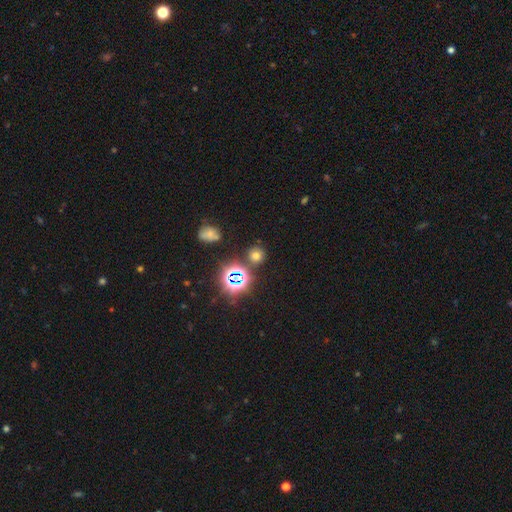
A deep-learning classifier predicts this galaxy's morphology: The model was most divided on "smooth or featured": smooth: 61%, star or artifact: 31%, featured or disk: 7%. More confident: how rounded — round (88%); merging — none (82%).